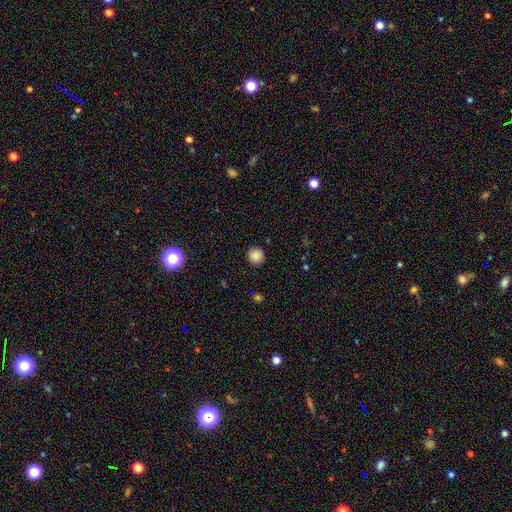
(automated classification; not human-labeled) Q: Smooth or featured?
A: smooth (86%); runner-up: star or artifact (10%)
Q: How rounded?
A: round (95%); runner-up: in between (4%)
Q: Merging?
A: none (91%); runner-up: minor disturbance (6%)